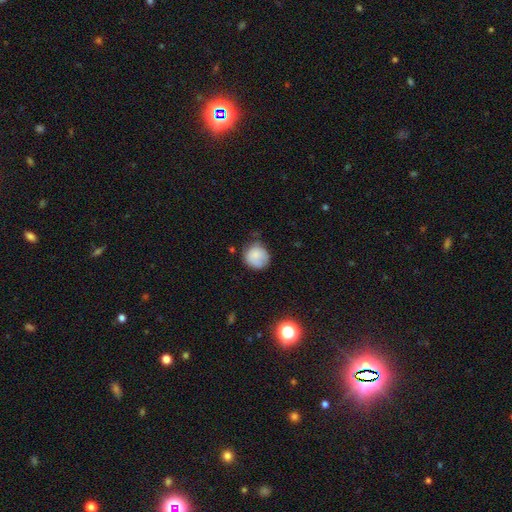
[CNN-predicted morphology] type=smooth (82%); roundness=round (87%); merging=none (62%).